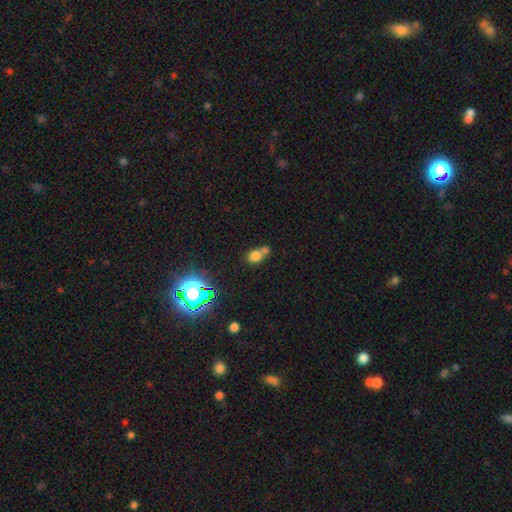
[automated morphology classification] smooth 71%, star or artifact 19%, featured or disk 10%. Down the decision tree: how rounded — round (60%); merging — merger (45%).